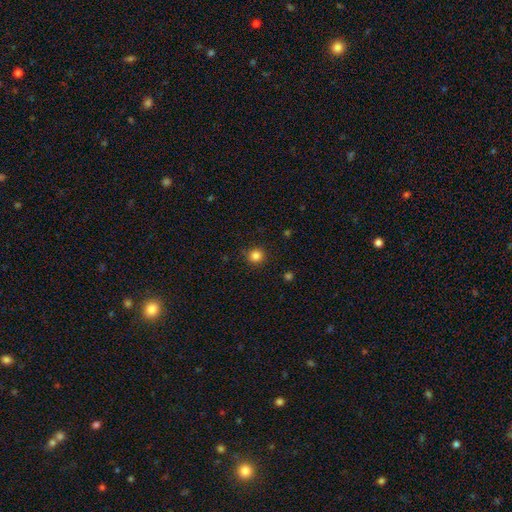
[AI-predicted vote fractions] Smooth or featured? smooth (84%)
How rounded? round (93%)
Merging? none (90%)